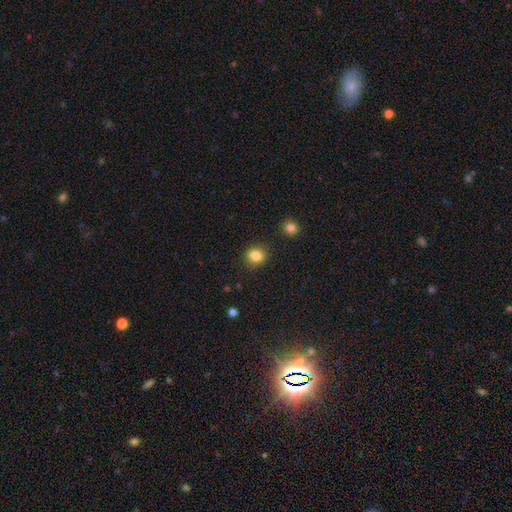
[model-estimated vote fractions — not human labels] smooth-or-featured: smooth: 84% | star or artifact: 11% | featured or disk: 5%
  how-rounded: round: 70% | in between: 29% | cigar-shaped: 1%
  merging: none: 86% | minor disturbance: 9% | major disturbance: 3% | merger: 2%